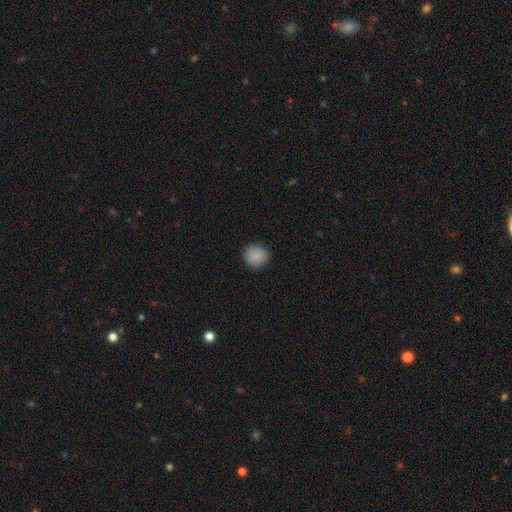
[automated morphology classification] A smooth galaxy with no disk features (88%) that is round (89%). Merging: none (89%).